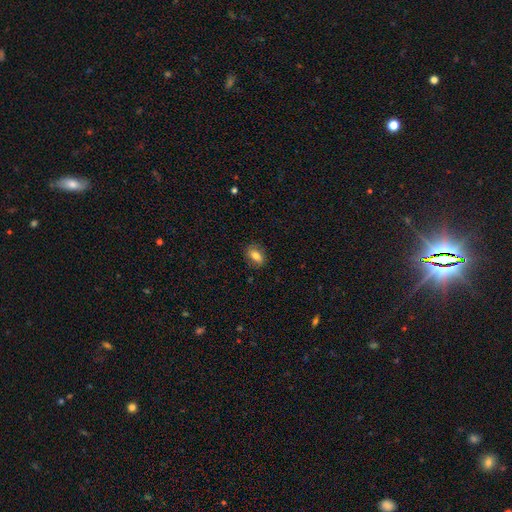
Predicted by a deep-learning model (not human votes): A smooth galaxy with no disk features (77%) that is in between round and cigar-shaped (83%).

Vote fractions:
- Smooth or featured? smooth: 77% / featured or disk: 15% / star or artifact: 8%
- How rounded? in between: 83% / round: 12% / cigar-shaped: 5%
- Merging? none: 81% / minor disturbance: 14% / major disturbance: 4% / merger: 1%